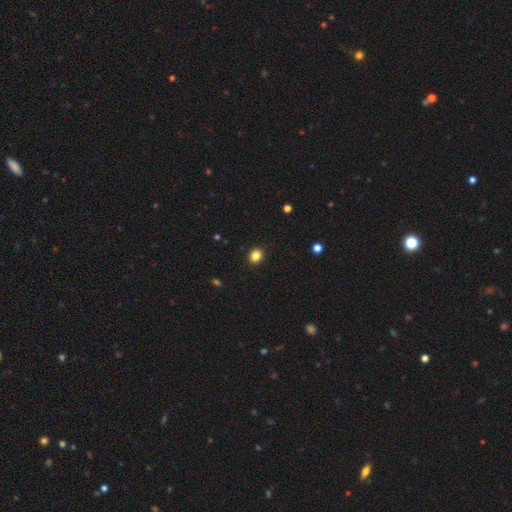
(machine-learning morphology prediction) This appears to be a smooth galaxy with no disk features (84%) that is round (71%). Merging: none (91%).